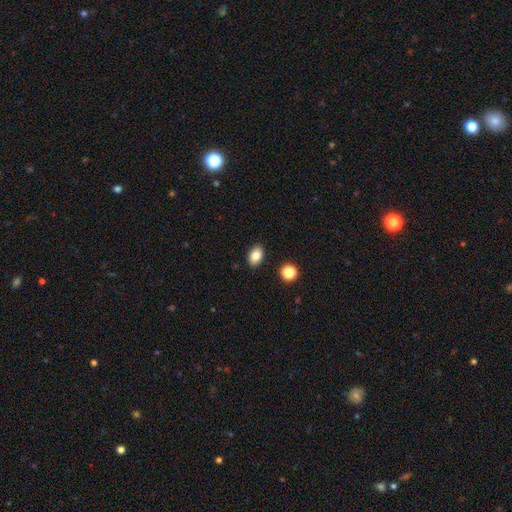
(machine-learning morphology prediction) The model was most divided on "how rounded": in between: 84%, round: 15%, cigar-shaped: 1%. More confident: merging — none (88%); smooth or featured — smooth (84%).